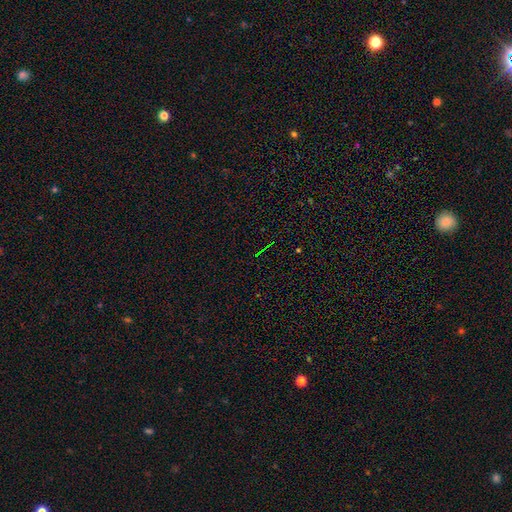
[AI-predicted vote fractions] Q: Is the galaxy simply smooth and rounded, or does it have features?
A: star or artifact — 76%.